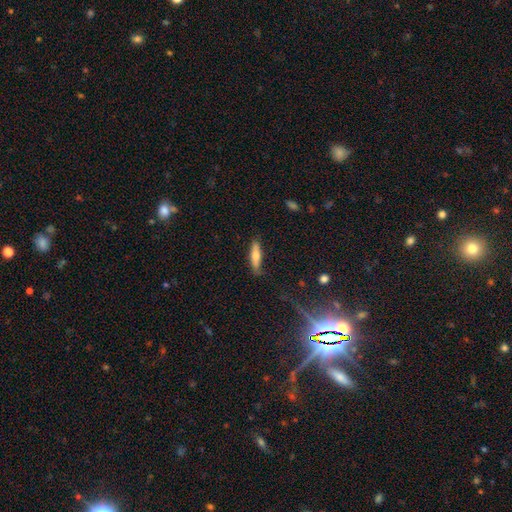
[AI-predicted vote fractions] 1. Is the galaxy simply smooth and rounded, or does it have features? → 68% smooth, 26% featured or disk, 7% star or artifact.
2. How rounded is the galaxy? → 71% cigar-shaped, 27% in between, 2% round.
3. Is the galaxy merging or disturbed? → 80% none, 15% minor disturbance, 3% major disturbance, 2% merger.